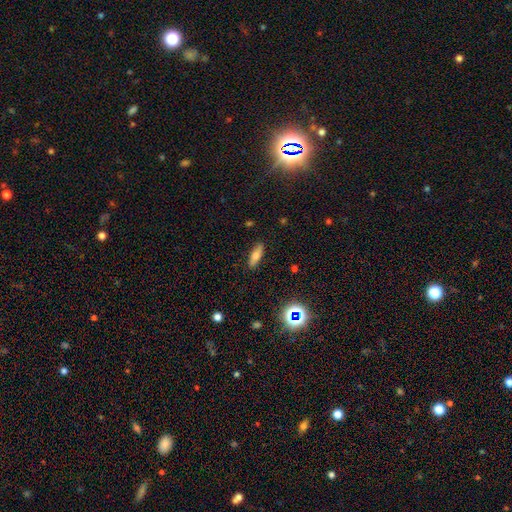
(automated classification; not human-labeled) A smooth galaxy with no disk features (69%) that is in between round and cigar-shaped (57%).

Vote fractions:
- Smooth or featured? smooth: 69% / featured or disk: 21% / star or artifact: 10%
- How rounded? in between: 57% / cigar-shaped: 39% / round: 3%
- Merging? none: 88% / minor disturbance: 9% / major disturbance: 2% / merger: 1%